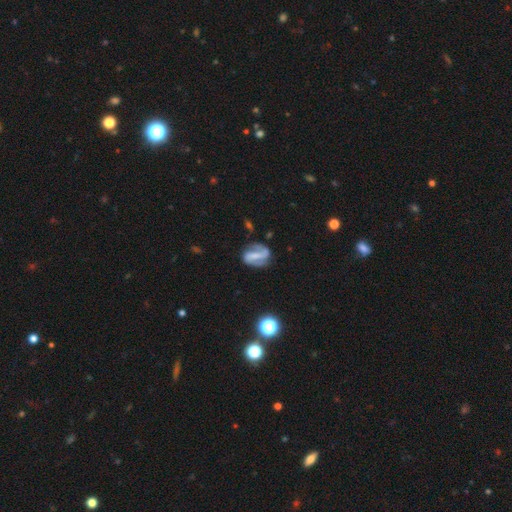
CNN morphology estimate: A featured or disk galaxy (79%) with a strong bar (56%), 2 (86%) medium (44%) spiral arms (91%) and no central bulge (39%).

Vote fractions:
- Smooth or featured? featured or disk: 79% / smooth: 14% / star or artifact: 7%
- Edge-on disk? no: 97% / yes: 3%
- Bar? strong: 56% / weak: 31% / no: 14%
- Spiral arms? yes: 91% / no: 9%
- Spiral winding? medium: 44% / loose: 33% / tight: 23%
- Spiral arm count? 2: 86% / can't tell: 5% / 1: 4% / 3: 2% / 4: 1% / more than 4: 1%
- Bulge size? none: 39% / small: 35% / moderate: 20% / large: 4% / dominant: 1%
- Merging? none: 70% / minor disturbance: 18% / major disturbance: 9% / merger: 3%